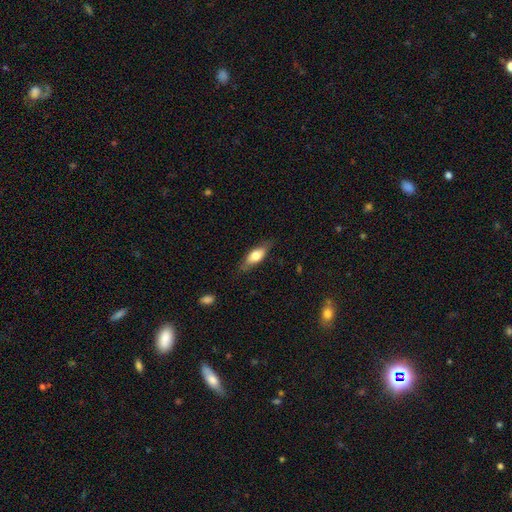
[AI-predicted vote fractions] smooth-or-featured: smooth: 65% | featured or disk: 29% | star or artifact: 6%
  how-rounded: in between: 70% | cigar-shaped: 28% | round: 3%
  merging: none: 76% | minor disturbance: 18% | major disturbance: 4% | merger: 1%